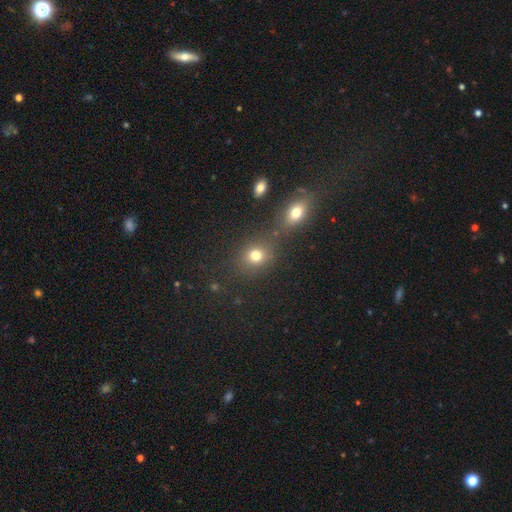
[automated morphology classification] type=smooth (76%); roundness=round (68%); merging=none (63%).